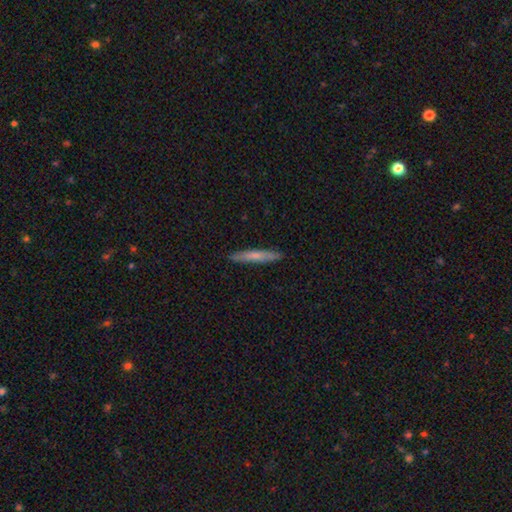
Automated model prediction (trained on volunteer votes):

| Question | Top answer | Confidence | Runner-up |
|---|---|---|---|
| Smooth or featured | smooth | 65% | featured or disk (29%) |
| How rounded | cigar-shaped | 95% | in between (4%) |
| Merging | none | 90% | minor disturbance (7%) |